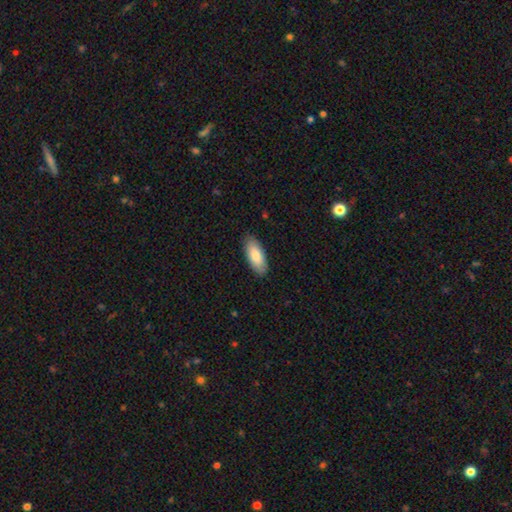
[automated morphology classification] Overall: smooth (84%). How rounded: in between (86%). Merging: none (88%).